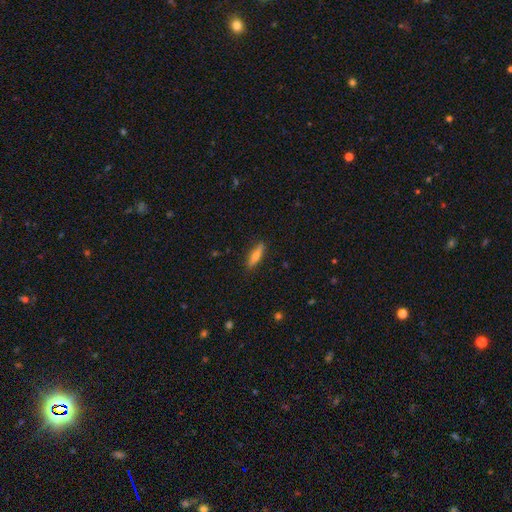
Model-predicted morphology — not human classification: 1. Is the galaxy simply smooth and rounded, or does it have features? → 60% smooth, 33% featured or disk, 7% star or artifact.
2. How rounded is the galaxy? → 73% cigar-shaped, 25% in between, 2% round.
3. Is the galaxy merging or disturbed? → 86% none, 10% minor disturbance, 2% major disturbance, 1% merger.